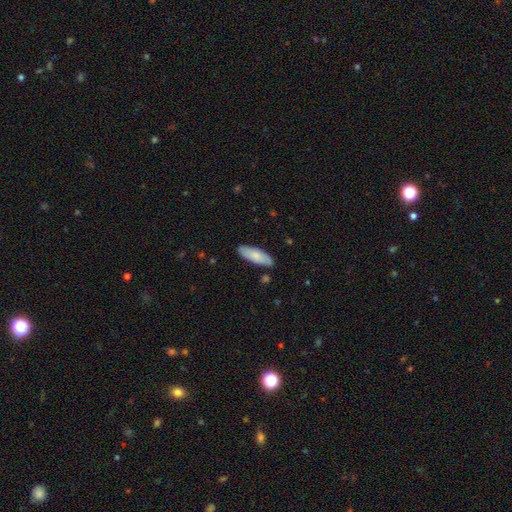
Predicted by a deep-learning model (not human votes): Morphology: type=smooth (78%); roundness=in between (66%); merging=none (85%).